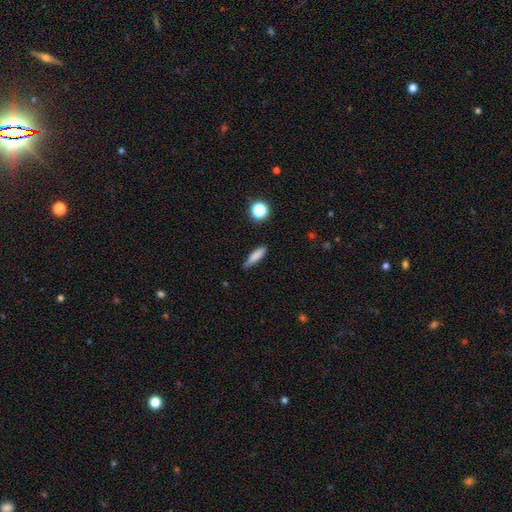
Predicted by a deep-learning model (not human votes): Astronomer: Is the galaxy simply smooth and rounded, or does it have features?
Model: smooth — 80%.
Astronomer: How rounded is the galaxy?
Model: cigar-shaped — 74%.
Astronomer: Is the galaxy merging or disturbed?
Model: none — 79%.